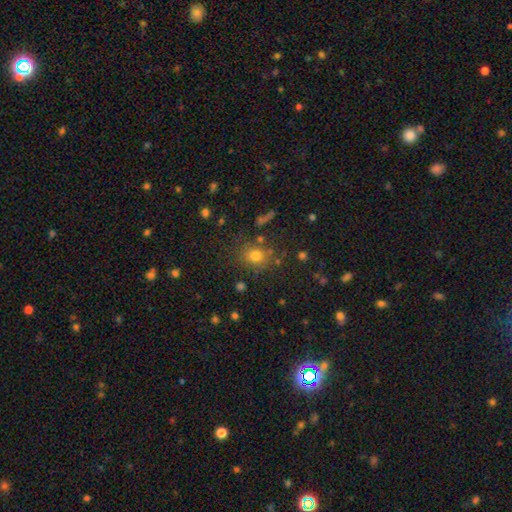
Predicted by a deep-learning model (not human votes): A smooth galaxy with no disk features (73%) that is round (69%).

Vote fractions:
- Smooth or featured? smooth: 73% / star or artifact: 17% / featured or disk: 9%
- How rounded? round: 69% / in between: 30% / cigar-shaped: 1%
- Merging? none: 76% / minor disturbance: 13% / merger: 6% / major disturbance: 5%